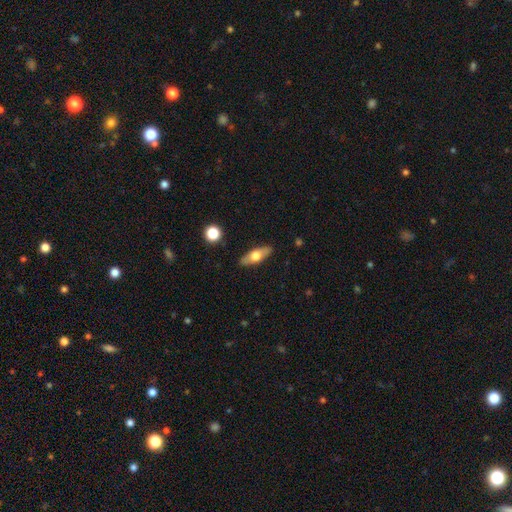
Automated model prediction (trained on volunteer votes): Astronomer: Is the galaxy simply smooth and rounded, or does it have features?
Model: smooth — 56% (runner-up: featured or disk, 38%).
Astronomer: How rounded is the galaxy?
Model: in between — 66%.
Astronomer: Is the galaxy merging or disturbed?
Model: none — 88%.